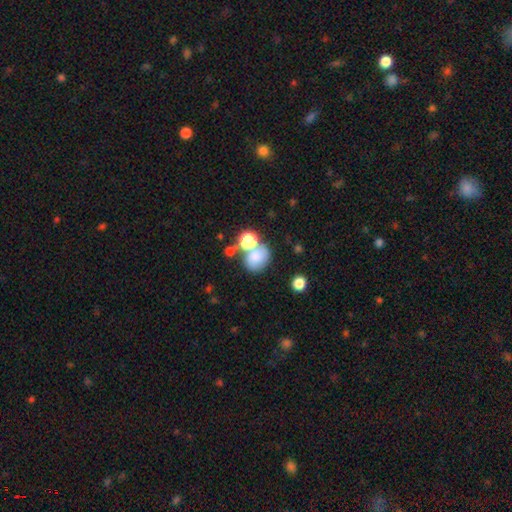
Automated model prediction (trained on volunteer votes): smooth 71%, featured or disk 17%, star or artifact 12%. Down the decision tree: how rounded — round (56%); merging — none (43%).